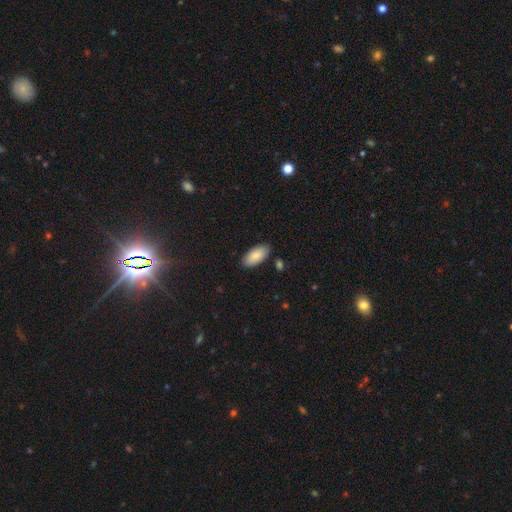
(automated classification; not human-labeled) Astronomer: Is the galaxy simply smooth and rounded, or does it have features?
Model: smooth — 86%.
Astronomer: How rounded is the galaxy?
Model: in between — 93%.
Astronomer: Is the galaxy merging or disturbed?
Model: none — 86%.